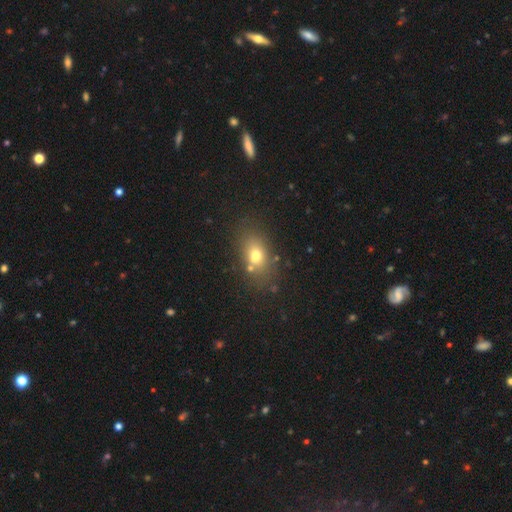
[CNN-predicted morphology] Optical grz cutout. It shows a smooth galaxy with no disk features (68%) that is in between round and cigar-shaped (72%). Merging: none (68%).